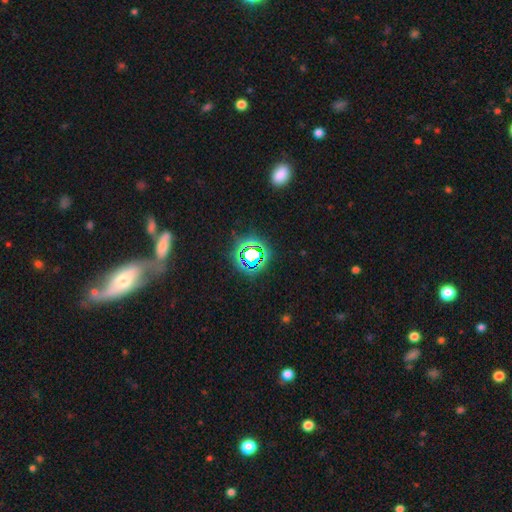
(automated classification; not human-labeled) smooth-or-featured: star or artifact: 71% | smooth: 20% | featured or disk: 9%